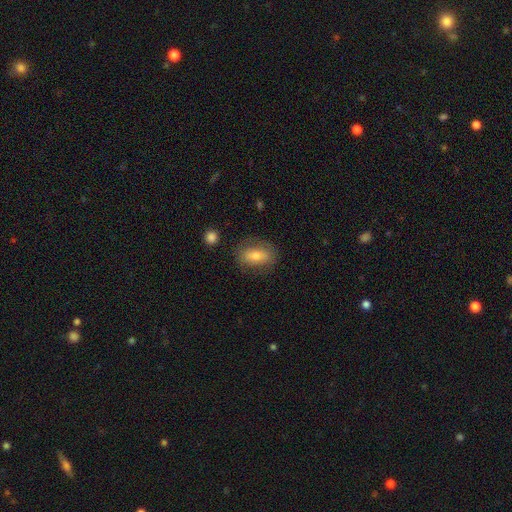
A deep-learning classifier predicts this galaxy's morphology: A smooth galaxy with no disk features (69%) that is in between round and cigar-shaped (81%).

Vote fractions:
- Smooth or featured? smooth: 69% / featured or disk: 23% / star or artifact: 8%
- How rounded? in between: 81% / round: 13% / cigar-shaped: 7%
- Merging? none: 78% / minor disturbance: 15% / major disturbance: 5% / merger: 2%